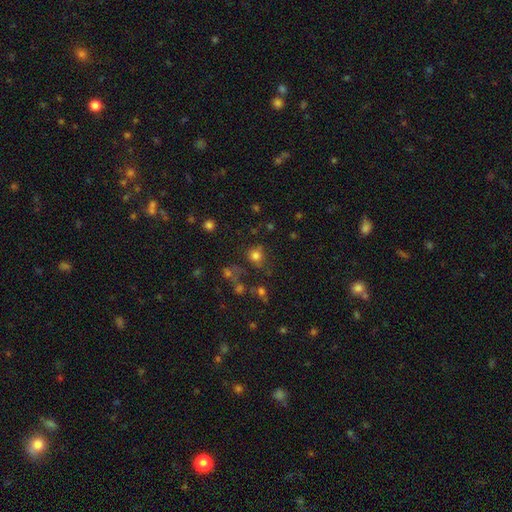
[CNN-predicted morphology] Overall: smooth (75%). How rounded: round (81%). Merging: none (64%).